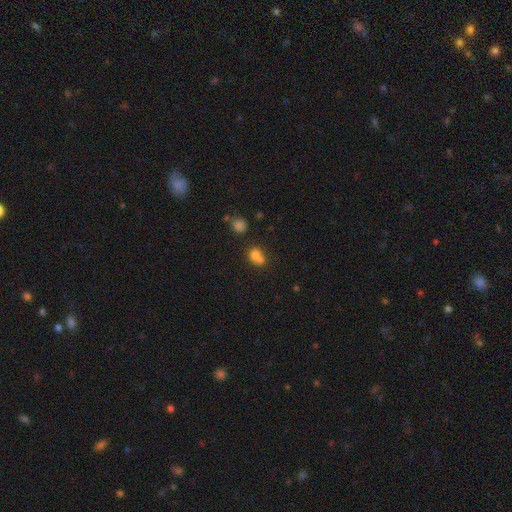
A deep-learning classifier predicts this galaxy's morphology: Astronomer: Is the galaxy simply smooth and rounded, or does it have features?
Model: smooth — 75%.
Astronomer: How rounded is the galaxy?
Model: round — 52% (runner-up: in between, 46%).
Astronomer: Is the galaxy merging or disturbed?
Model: merger — 47% (runner-up: none, 34%).